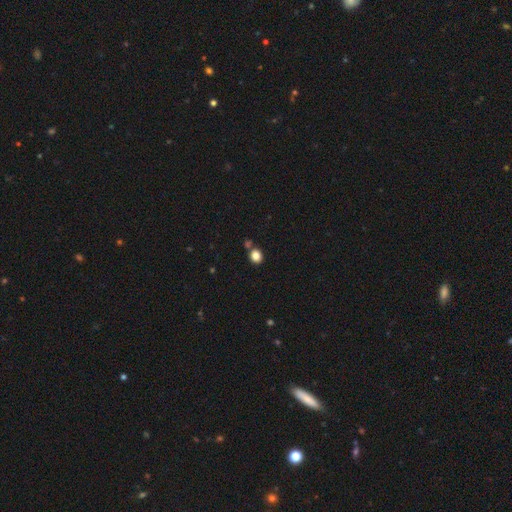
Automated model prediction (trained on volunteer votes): smooth_or_featured: smooth (p=0.84) [alt: star or artifact p=0.11]
how_rounded: round (p=0.69) [alt: in between p=0.30]
merging: none (p=0.73) [alt: merger p=0.15]